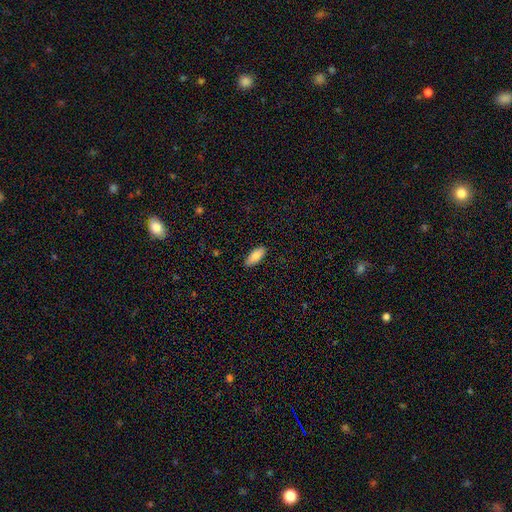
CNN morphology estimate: Smooth or featured? Predicted: smooth (p=0.84). How rounded? Predicted: in between (p=0.81). Merging? Predicted: none (p=0.88).